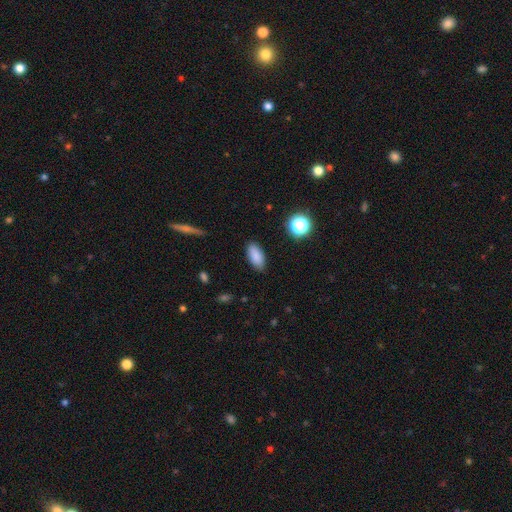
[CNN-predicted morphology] type=smooth (86%); roundness=in between (88%); merging=none (87%).